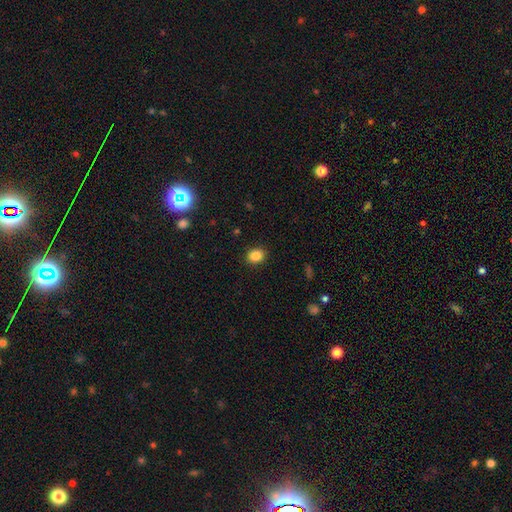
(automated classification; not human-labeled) Q: Smooth or featured?
A: smooth (86%); runner-up: star or artifact (10%)
Q: How rounded?
A: round (61%); runner-up: in between (38%)
Q: Merging?
A: none (90%); runner-up: minor disturbance (7%)